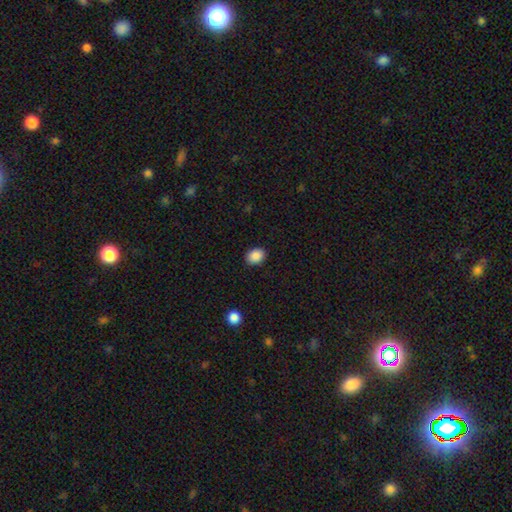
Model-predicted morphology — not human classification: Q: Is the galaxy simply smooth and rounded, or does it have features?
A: smooth — 89%.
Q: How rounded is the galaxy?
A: in between — 57%.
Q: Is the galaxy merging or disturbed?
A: none — 89%.